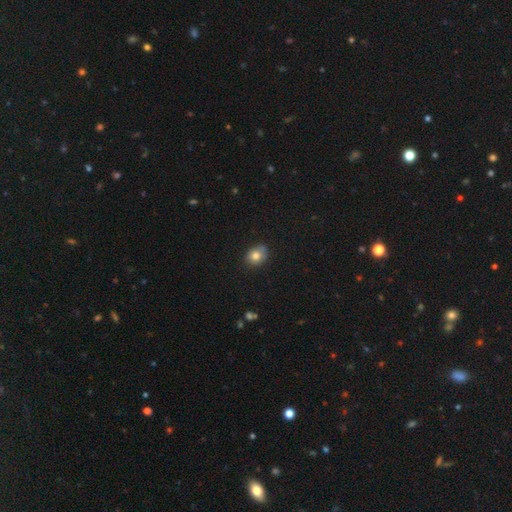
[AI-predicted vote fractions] A smooth galaxy with no disk features (80%) that is in between round and cigar-shaped (55%).

Vote fractions:
- Smooth or featured? smooth: 80% / featured or disk: 11% / star or artifact: 9%
- How rounded? in between: 55% / round: 44% / cigar-shaped: 1%
- Merging? none: 76% / minor disturbance: 20% / major disturbance: 3% / merger: 2%